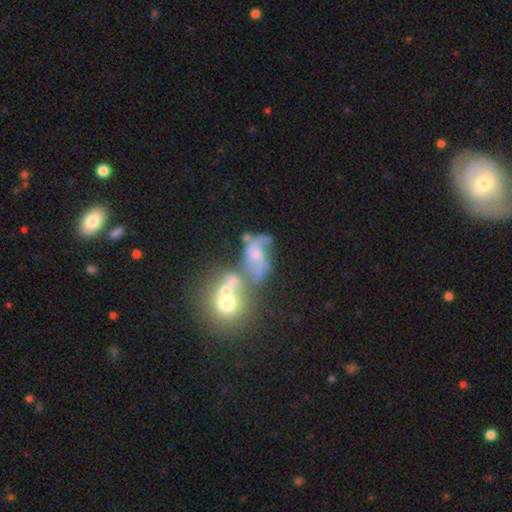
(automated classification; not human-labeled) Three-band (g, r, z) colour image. It shows a featured or disk galaxy (68%) with no bar (66%), spiral arms (74%) and a moderate central bulge (36%). Merging: merger (44%).